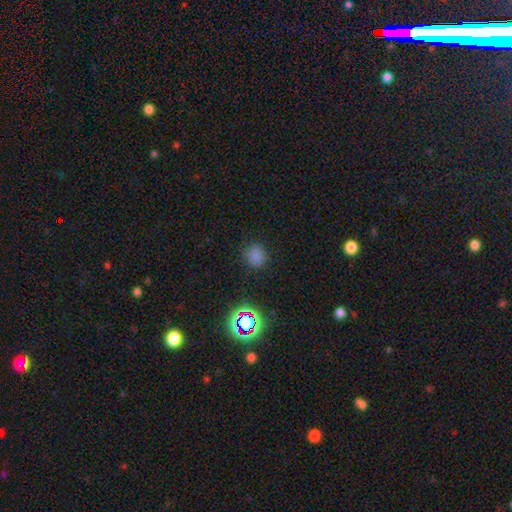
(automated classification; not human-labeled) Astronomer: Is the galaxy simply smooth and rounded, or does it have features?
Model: smooth — 75%.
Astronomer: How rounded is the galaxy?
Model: round — 78%.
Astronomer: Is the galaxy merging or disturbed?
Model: none — 84%.